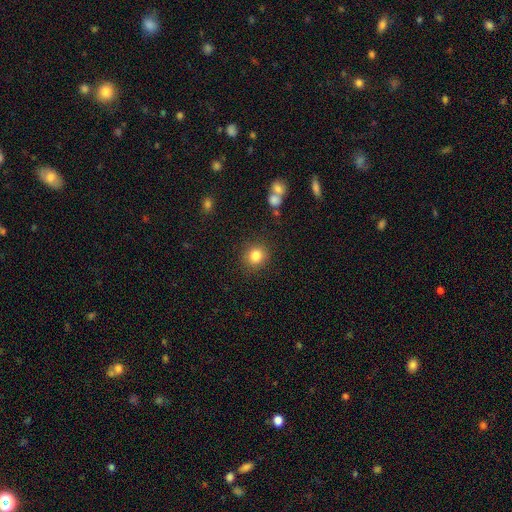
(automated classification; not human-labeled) This is clearly a smooth galaxy (84%). How rounded: clearly round (86%). Merging: clearly none (86%).